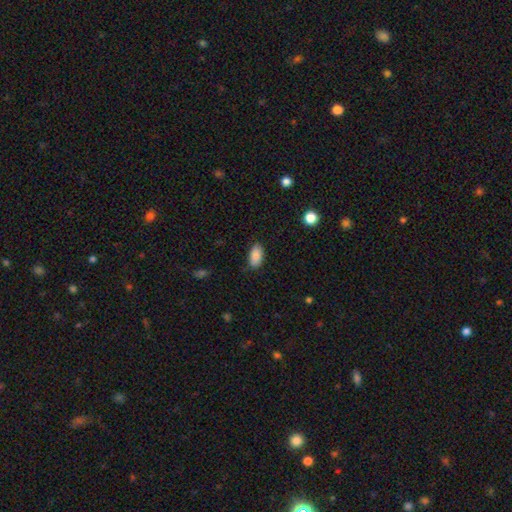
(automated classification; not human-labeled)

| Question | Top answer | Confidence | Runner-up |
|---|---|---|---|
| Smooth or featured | smooth | 87% | star or artifact (7%) |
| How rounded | in between | 94% | round (4%) |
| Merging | none | 80% | minor disturbance (15%) |